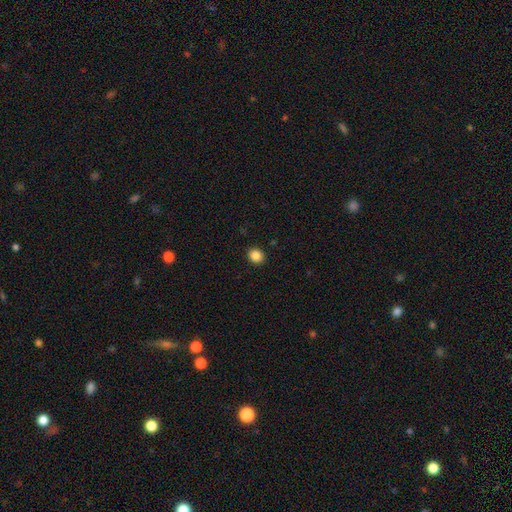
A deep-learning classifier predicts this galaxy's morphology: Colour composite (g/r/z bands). It shows a smooth galaxy with no disk features (86%) that is round (69%). Merging: none (92%).